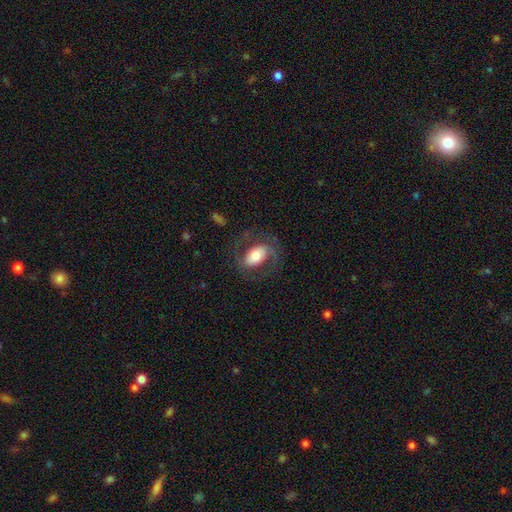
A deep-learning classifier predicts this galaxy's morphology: Smooth or featured?
  - featured or disk: 62% *
  - smooth: 31%
  - star or artifact: 7%
Edge-on disk?
  - no: 95% *
  - yes: 5%
Bar?
  - strong: 34% * (tied)
  - no: 34% * (tied)
  - weak: 33%
Spiral arms?
  - yes: 83% *
  - no: 17%
Bulge size?
  - moderate: 55% *
  - large: 26%
  - small: 13%
  - dominant: 4%
  - none: 2%
Merging?
  - none: 70% *
  - minor disturbance: 15%
  - major disturbance: 14%
  - merger: 1%